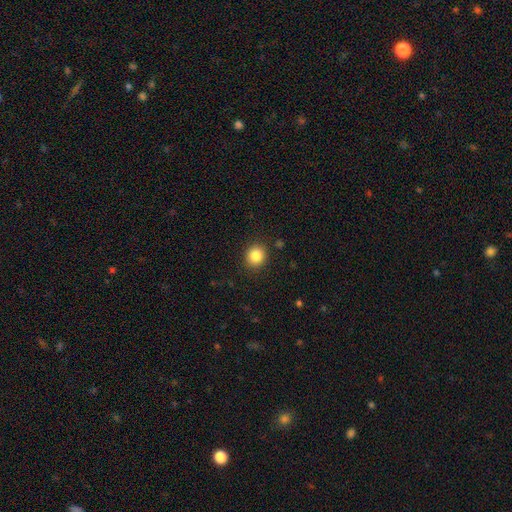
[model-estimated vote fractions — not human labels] Morphology: type=smooth (85%); roundness=round (83%); merging=none (89%).